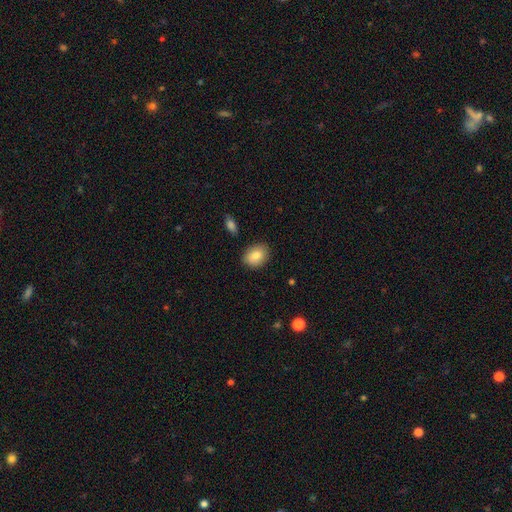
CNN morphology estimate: smooth_or_featured: smooth (p=0.84) [alt: featured or disk p=0.09]
how_rounded: in between (p=0.63) [alt: round p=0.36]
merging: none (p=0.86) [alt: minor disturbance p=0.10]